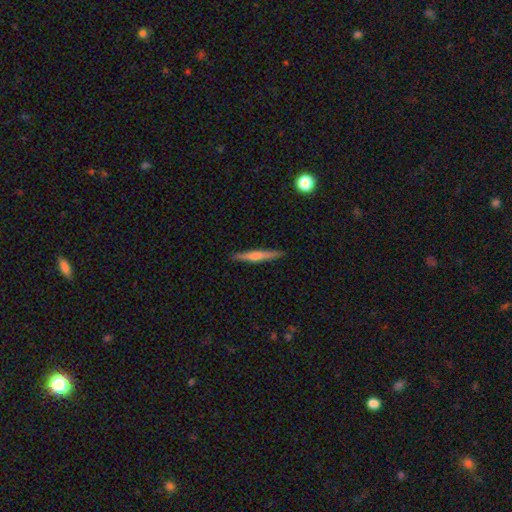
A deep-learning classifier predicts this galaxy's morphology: Smooth or featured? featured or disk (57%)
Edge-on disk? yes (97%)
Edge-on bulge? rounded (69%)
Merging? none (91%)